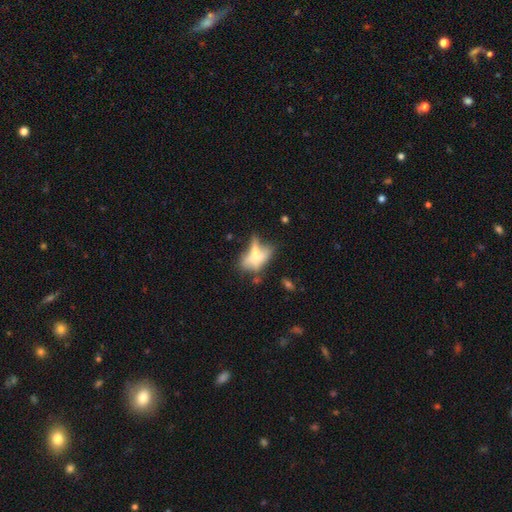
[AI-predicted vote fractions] Smooth or featured? Predicted: smooth (p=0.50). Merging? Predicted: none (p=0.32).